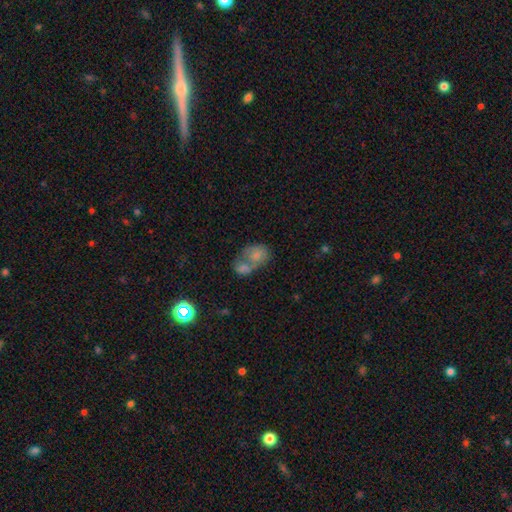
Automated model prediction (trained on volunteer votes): Q: Smooth or featured?
A: smooth (72%); runner-up: featured or disk (18%)
Q: How rounded?
A: in between (65%); runner-up: round (34%)
Q: Merging?
A: merger (63%); runner-up: none (20%)